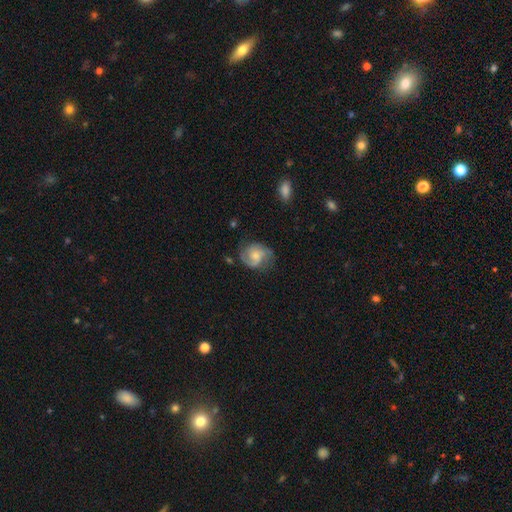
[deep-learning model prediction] A featured or disk galaxy (70%) with no bar (61%), 2 (77%) medium (47%) spiral arms (93%) and a moderate central bulge (48%). Merging: none (64%).